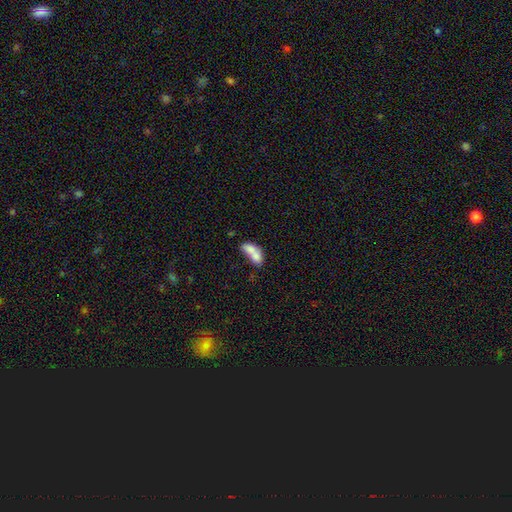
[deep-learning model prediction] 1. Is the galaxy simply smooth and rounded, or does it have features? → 69% smooth, 22% featured or disk, 9% star or artifact.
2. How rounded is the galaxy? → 80% in between, 10% cigar-shaped, 10% round.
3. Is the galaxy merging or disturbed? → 65% merger, 19% none, 9% minor disturbance, 7% major disturbance.